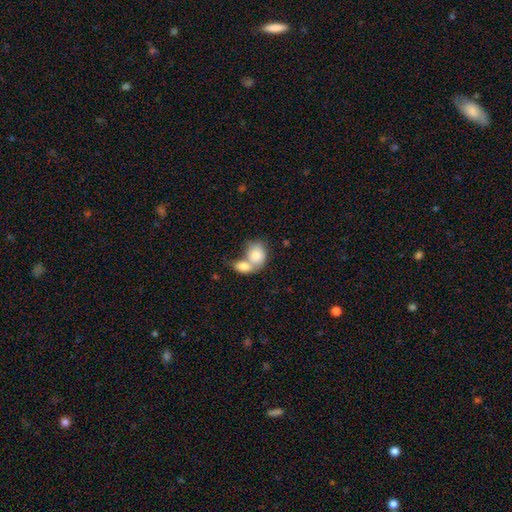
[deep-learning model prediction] This appears to be a smooth galaxy with no disk features (80%) that is in between round and cigar-shaped (63%). Merging: merger (71%).